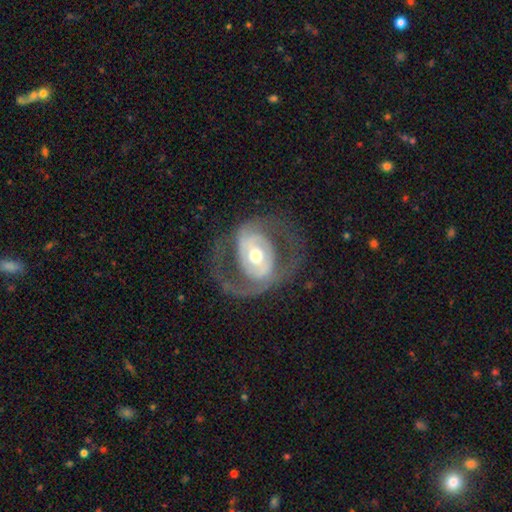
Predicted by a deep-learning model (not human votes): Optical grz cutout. It shows a featured or disk galaxy (82%) with no bar (41%), 2 (84%) medium (49%) spiral arms (75%) and a moderate central bulge (70%). Merging: none (66%).